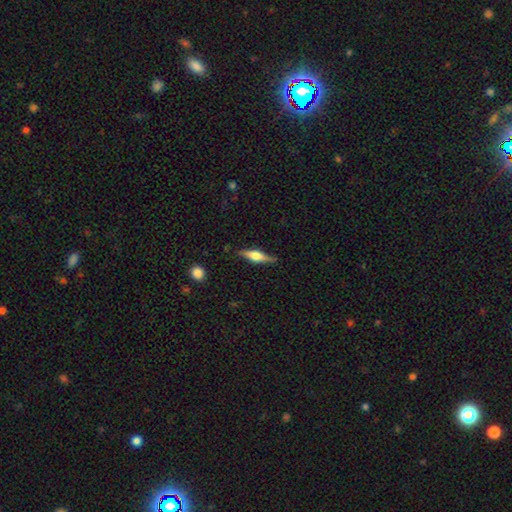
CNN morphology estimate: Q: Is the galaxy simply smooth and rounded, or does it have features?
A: featured or disk — 61%.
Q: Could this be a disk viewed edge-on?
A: yes — 96%.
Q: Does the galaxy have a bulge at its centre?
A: rounded — 84%.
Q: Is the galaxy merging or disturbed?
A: none — 83%.